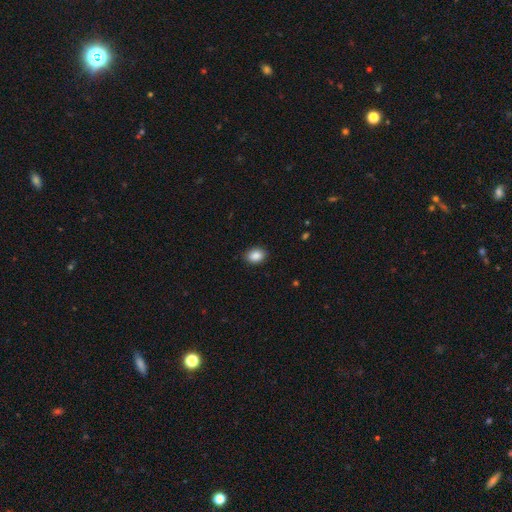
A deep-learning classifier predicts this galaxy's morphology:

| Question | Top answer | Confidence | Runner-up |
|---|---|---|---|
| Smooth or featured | smooth | 88% | star or artifact (8%) |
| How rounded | in between | 69% | round (30%) |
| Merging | none | 88% | minor disturbance (9%) |